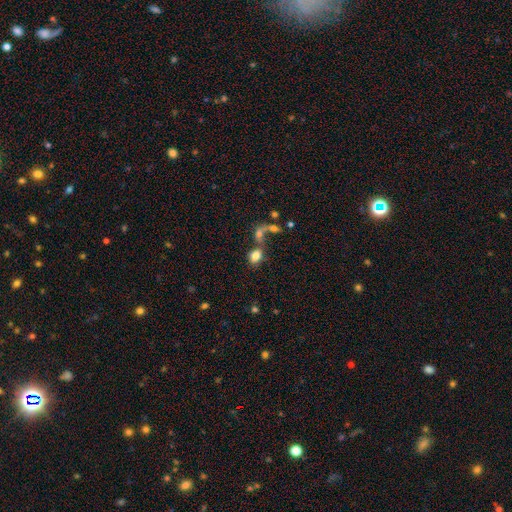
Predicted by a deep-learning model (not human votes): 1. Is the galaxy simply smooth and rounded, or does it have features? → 78% smooth, 12% featured or disk, 11% star or artifact.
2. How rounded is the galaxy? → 69% in between, 29% round, 2% cigar-shaped.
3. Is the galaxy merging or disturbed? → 44% merger, 36% none, 11% major disturbance, 9% minor disturbance.